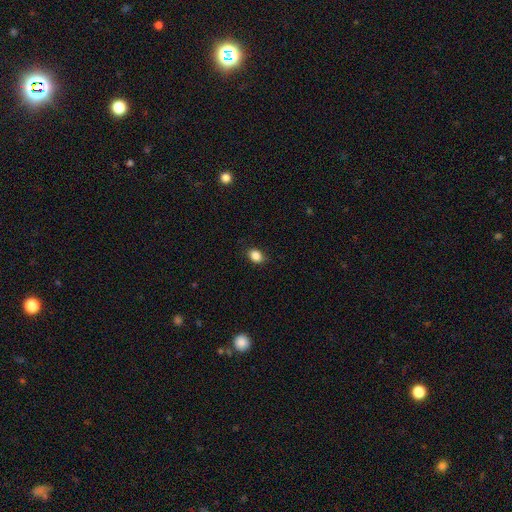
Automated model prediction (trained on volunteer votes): Morphology: type=smooth (86%); roundness=in between (62%); merging=none (86%).